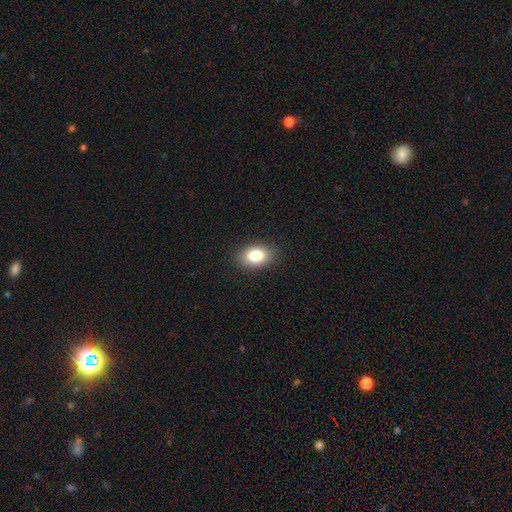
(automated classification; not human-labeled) Q: Smooth or featured?
A: smooth (83%); runner-up: star or artifact (9%)
Q: How rounded?
A: in between (84%); runner-up: round (15%)
Q: Merging?
A: none (88%); runner-up: minor disturbance (9%)